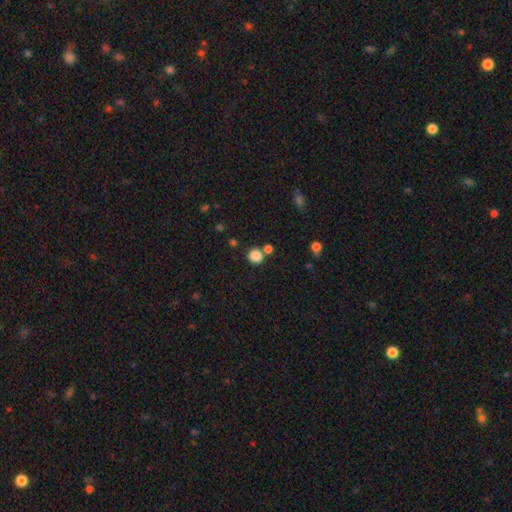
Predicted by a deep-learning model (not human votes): The model was most divided on "merging": none: 72%, merger: 17%, minor disturbance: 8%, major disturbance: 3%. More confident: how rounded — round (89%); smooth or featured — smooth (85%).